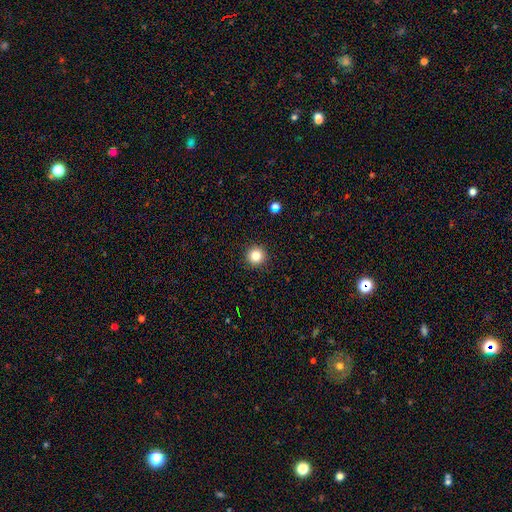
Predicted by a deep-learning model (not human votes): Smooth or featured: smooth — 83% (star or artifact — 11%)
How rounded: round — 96% (in between — 3%)
Merging: none — 93% (minor disturbance — 4%)